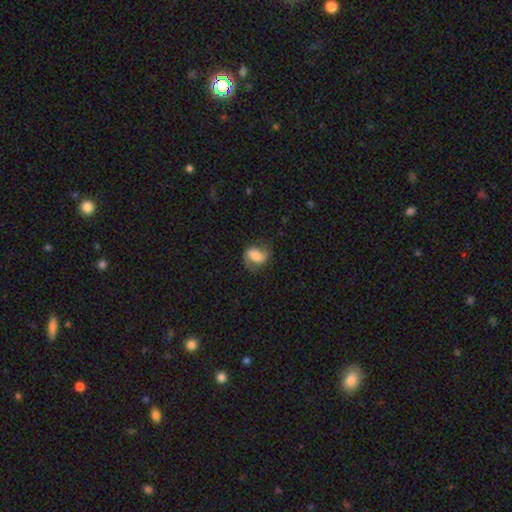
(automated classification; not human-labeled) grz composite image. It shows a smooth galaxy with no disk features (56%) that is in between round and cigar-shaped (73%). Merging: none (57%).